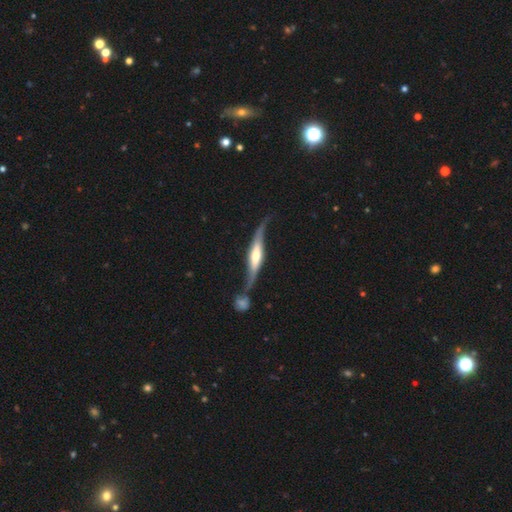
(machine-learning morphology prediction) The model was most divided on "merging": none: 44%, minor disturbance: 23%, merger: 17%, major disturbance: 15%. More confident: smooth or featured — featured or disk (74%); edge-on disk — yes (70%); edge-on bulge — rounded (63%).